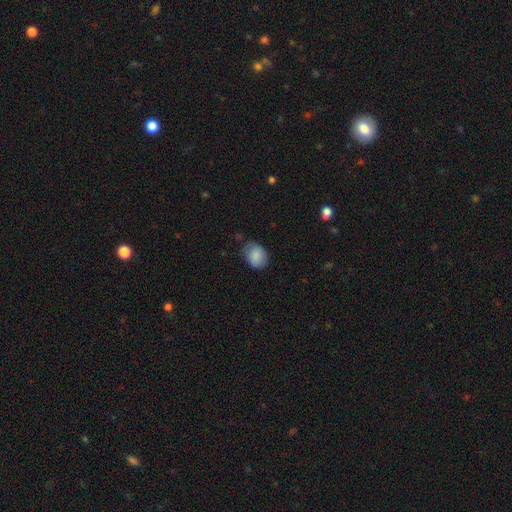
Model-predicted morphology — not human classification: A smooth galaxy with no disk features (86%) that is in between round and cigar-shaped (59%).

Vote fractions:
- Smooth or featured? smooth: 86% / star or artifact: 7% / featured or disk: 7%
- How rounded? in between: 59% / round: 40% / cigar-shaped: 1%
- Merging? none: 69% / minor disturbance: 25% / major disturbance: 5% / merger: 2%